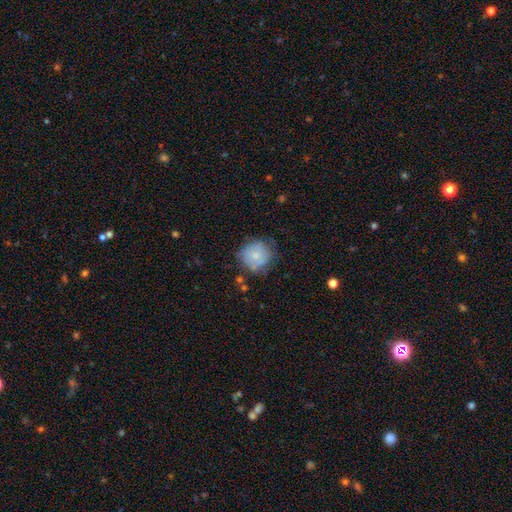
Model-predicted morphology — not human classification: smooth_or_featured: smooth (p=0.70) [alt: featured or disk p=0.22]
how_rounded: round (p=0.87) [alt: in between p=0.12]
merging: none (p=0.62) [alt: minor disturbance p=0.26]